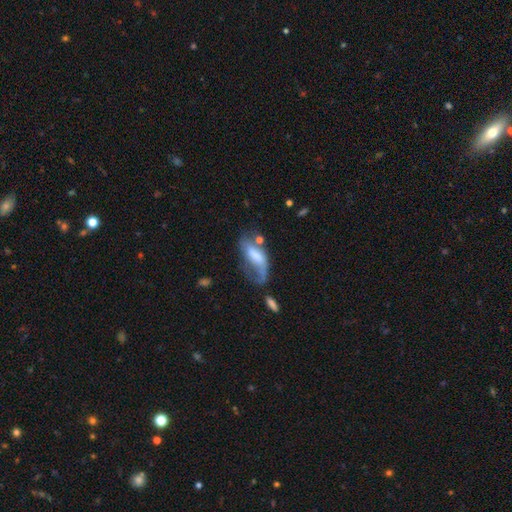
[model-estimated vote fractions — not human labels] Smooth or featured? Predicted: smooth (p=0.52). How rounded? Predicted: in between (p=0.79). Merging? Predicted: major disturbance (p=0.39).